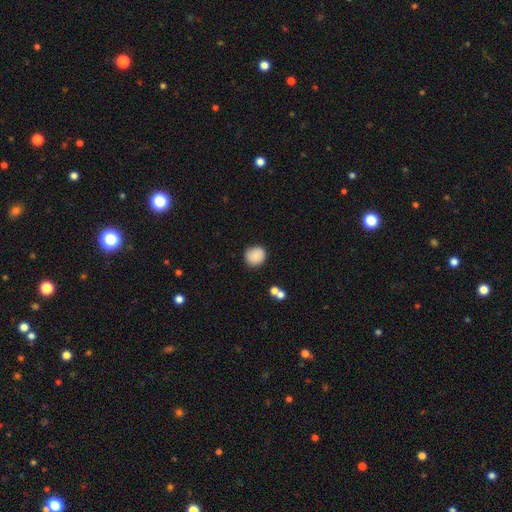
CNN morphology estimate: smooth-or-featured: smooth: 85% | star or artifact: 8% | featured or disk: 8%
  how-rounded: round: 89% | in between: 10% | cigar-shaped: 1%
  merging: none: 85% | minor disturbance: 11% | major disturbance: 2% | merger: 2%